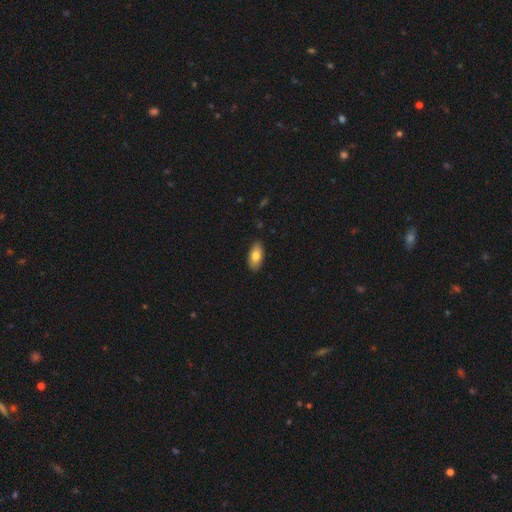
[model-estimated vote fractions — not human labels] Morphology: type=smooth (78%); roundness=in between (90%); merging=none (87%).